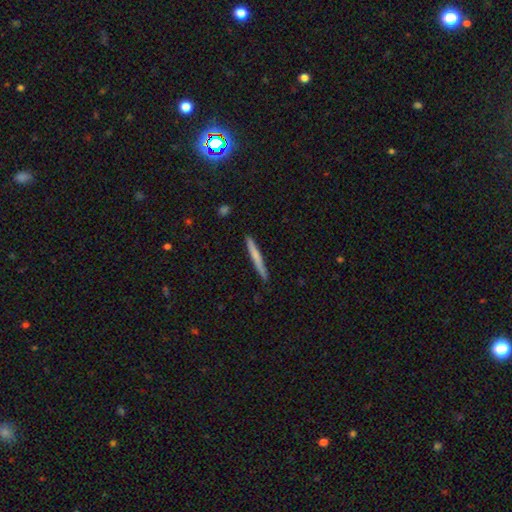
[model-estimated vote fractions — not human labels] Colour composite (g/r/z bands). It shows a smooth galaxy with no disk features (65%) that is cigar-shaped (97%). Merging: none (90%).